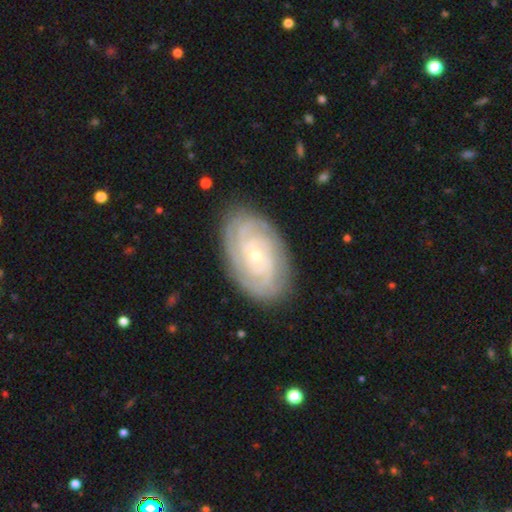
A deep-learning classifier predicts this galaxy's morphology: This appears to be a featured or disk galaxy (88%) with no bar (76%), 3 (24%) tight (82%) spiral arms (98%) and a small central bulge (76%). Merging: none (84%).